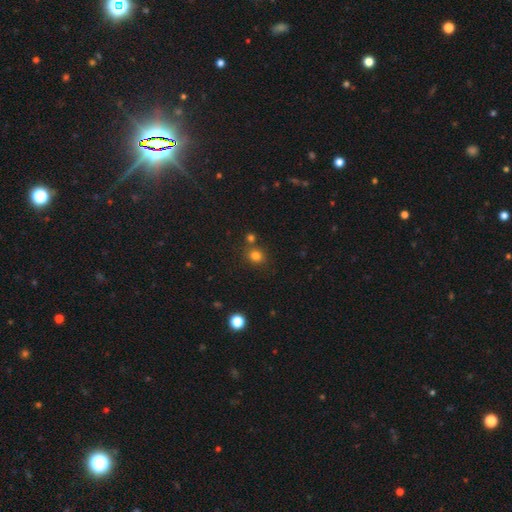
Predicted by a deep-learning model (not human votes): Smooth or featured? Predicted: smooth (p=0.79). How rounded? Predicted: round (p=0.80). Merging? Predicted: none (p=0.73).